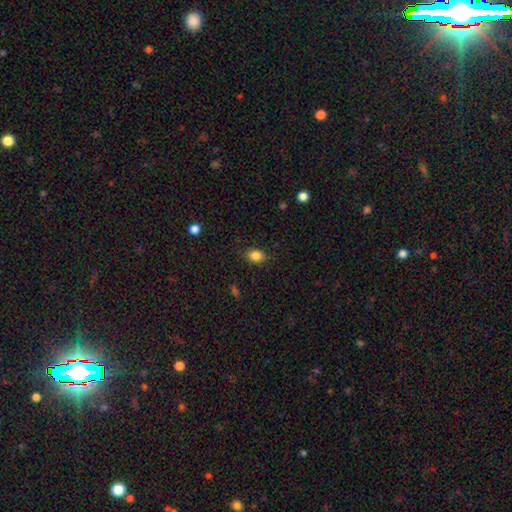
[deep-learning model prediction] Morphology: type=smooth (85%); roundness=in between (75%); merging=none (85%).